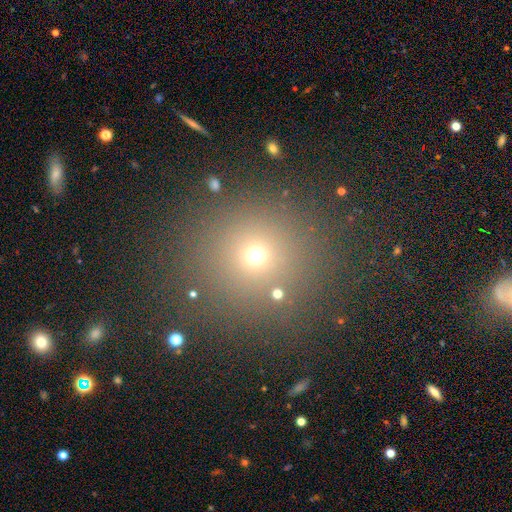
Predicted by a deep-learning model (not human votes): Smooth or featured: smooth — 64% (star or artifact — 27%)
How rounded: round — 92% (in between — 7%)
Merging: none — 83% (minor disturbance — 8%)